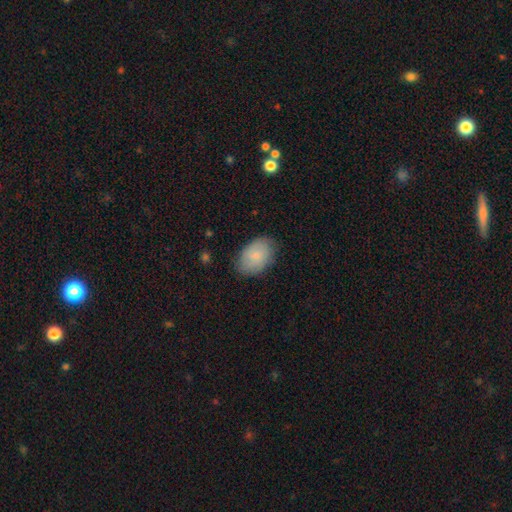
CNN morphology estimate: A smooth galaxy with no disk features (76%) that is in between round and cigar-shaped (87%).

Vote fractions:
- Smooth or featured? smooth: 76% / featured or disk: 18% / star or artifact: 7%
- How rounded? in between: 87% / round: 12% / cigar-shaped: 1%
- Merging? none: 79% / minor disturbance: 16% / major disturbance: 3% / merger: 1%